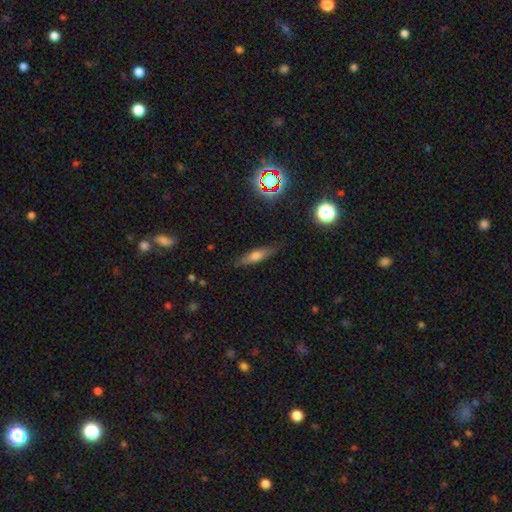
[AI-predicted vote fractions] A smooth galaxy with no disk features (47%).

Vote fractions:
- Smooth or featured? smooth: 47% / featured or disk: 41% / star or artifact: 12%
- Merging? none: 83% / minor disturbance: 13% / major disturbance: 3% / merger: 1%